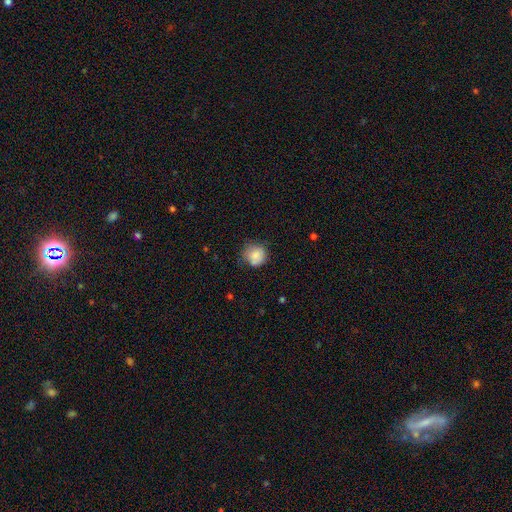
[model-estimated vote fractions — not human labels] Smooth or featured?
  - smooth: 83% *
  - star or artifact: 8%
  - featured or disk: 8%
How rounded?
  - round: 87% *
  - in between: 12%
  - cigar-shaped: 1%
Merging?
  - none: 64% *
  - minor disturbance: 27%
  - major disturbance: 8%
  - merger: 2%